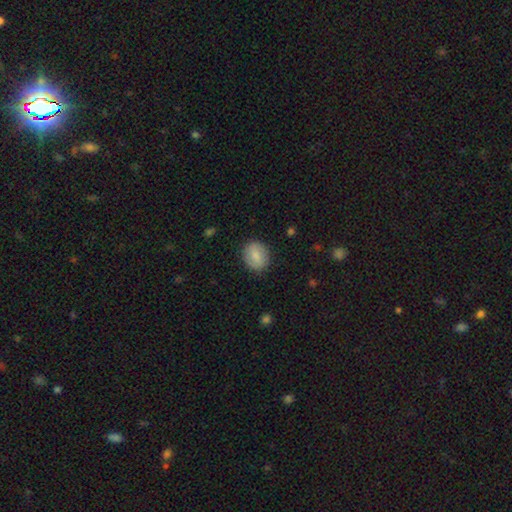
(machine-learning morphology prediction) Smooth or featured?
  - smooth: 76% *
  - featured or disk: 17%
  - star or artifact: 7%
How rounded?
  - round: 57% *
  - in between: 42%
  - cigar-shaped: 1%
Merging?
  - none: 85% *
  - minor disturbance: 11%
  - major disturbance: 3%
  - merger: 1%